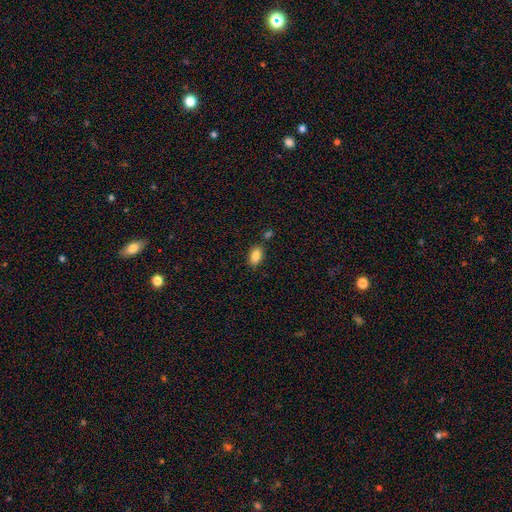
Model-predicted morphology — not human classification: Smooth or featured? Predicted: smooth (p=0.85). How rounded? Predicted: in between (p=0.90). Merging? Predicted: none (p=0.81).